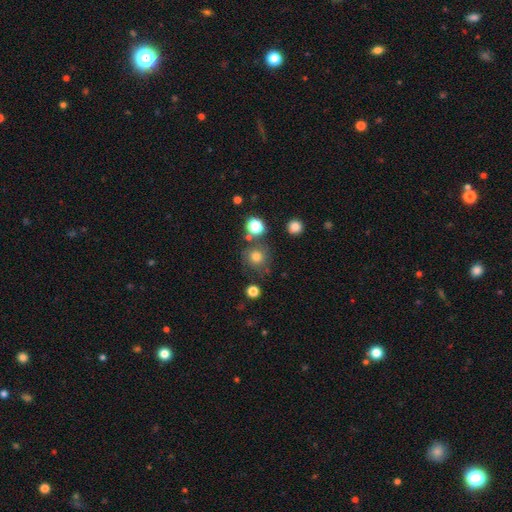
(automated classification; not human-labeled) Q: Smooth or featured?
A: smooth (75%); runner-up: star or artifact (14%)
Q: How rounded?
A: round (89%); runner-up: in between (10%)
Q: Merging?
A: none (72%); runner-up: minor disturbance (14%)